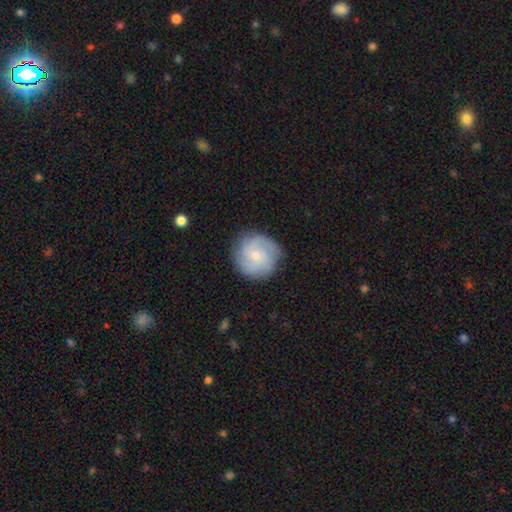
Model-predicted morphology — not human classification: The model was most divided on "spiral arm count": 3: 31%, 2: 29%, can't tell: 23%, 4: 8%, 1: 5%, more than 4: 5%. Remaining: edge-on disk — no (98%); spiral arms — yes (92%); merging — none (84%); bar — no (63%); bulge size — small (62%); smooth or featured — featured or disk (61%); spiral winding — tight (46%).